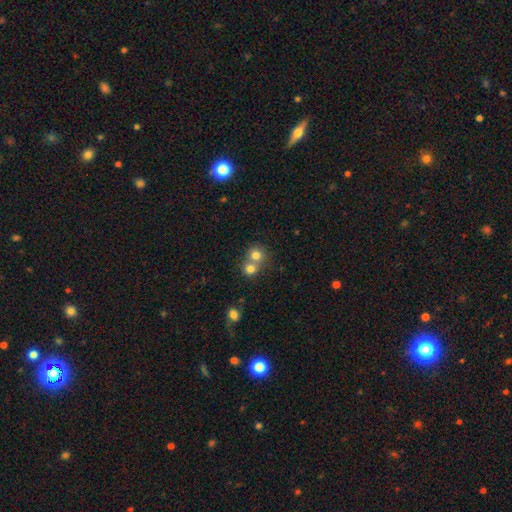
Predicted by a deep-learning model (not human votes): Smooth or featured? smooth (76%)
How rounded? round (86%)
Merging? merger (55%)